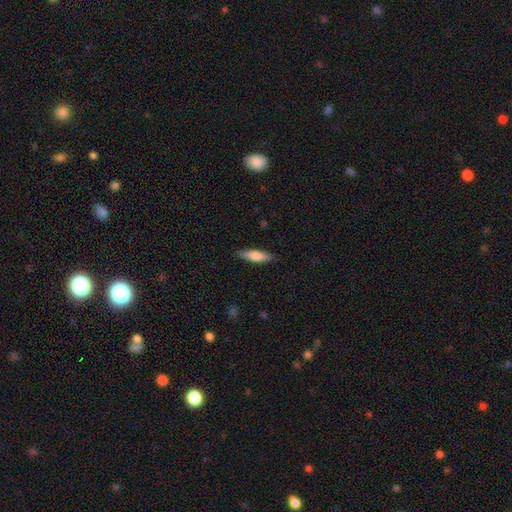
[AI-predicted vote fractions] smooth-or-featured: smooth: 68% | featured or disk: 26% | star or artifact: 6%
  how-rounded: cigar-shaped: 65% | in between: 33% | round: 2%
  merging: none: 87% | minor disturbance: 10% | major disturbance: 2% | merger: 1%